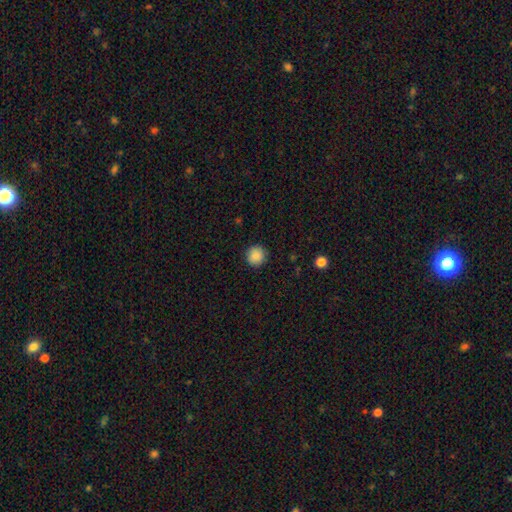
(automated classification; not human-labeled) This is clearly a smooth galaxy (88%). How rounded: clearly round (93%). Merging: clearly none (90%).